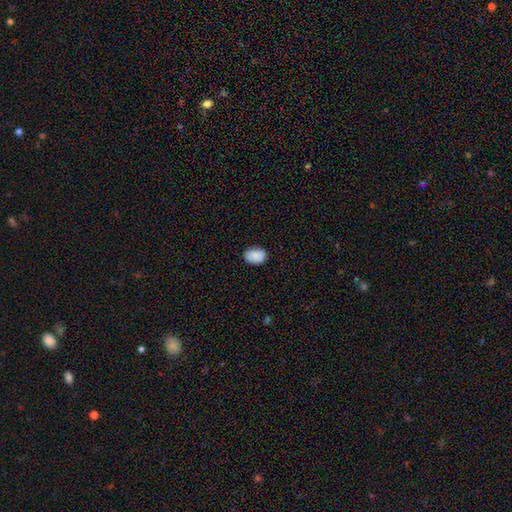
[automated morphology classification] Smooth or featured? Predicted: smooth (p=0.90). How rounded? Predicted: in between (p=0.83). Merging? Predicted: none (p=0.85).